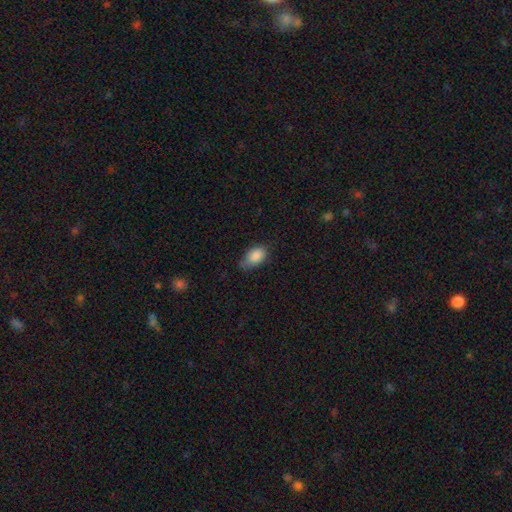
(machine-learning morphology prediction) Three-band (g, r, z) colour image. It shows a smooth galaxy with no disk features (87%) that is in between round and cigar-shaped (87%). Merging: none (57%).